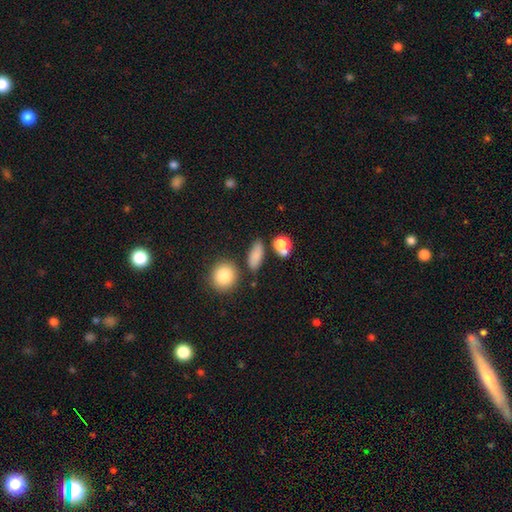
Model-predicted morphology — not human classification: smooth 82%, star or artifact 10%, featured or disk 8%. Down the decision tree: how rounded — in between (68%); merging — none (74%).